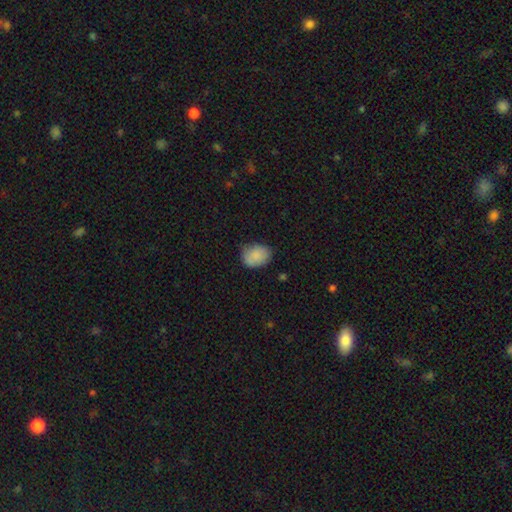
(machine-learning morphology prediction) smooth 87%, star or artifact 7%, featured or disk 6%. Down the decision tree: how rounded — in between (65%); merging — none (71%).